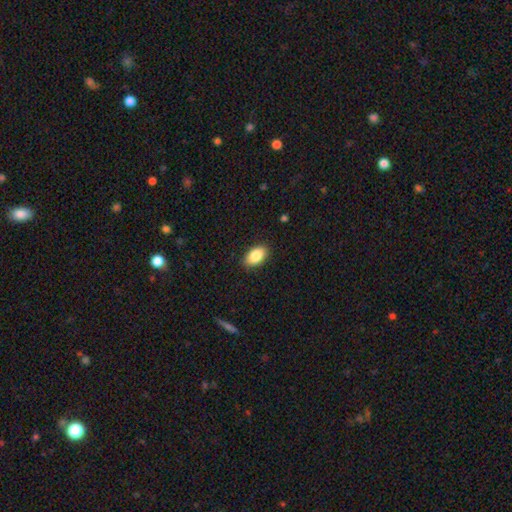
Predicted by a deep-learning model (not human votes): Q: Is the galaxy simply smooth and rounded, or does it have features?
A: smooth — 87%.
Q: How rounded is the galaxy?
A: in between — 93%.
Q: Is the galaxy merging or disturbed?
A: none — 89%.